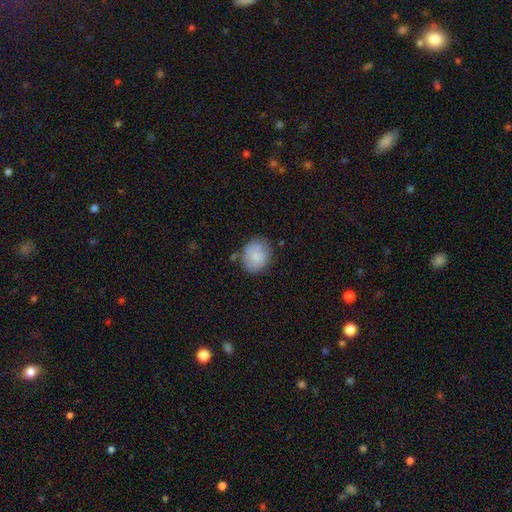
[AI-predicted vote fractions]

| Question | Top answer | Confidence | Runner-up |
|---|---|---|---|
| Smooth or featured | smooth | 80% | featured or disk (13%) |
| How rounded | round | 64% | in between (36%) |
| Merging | none | 70% | minor disturbance (20%) |